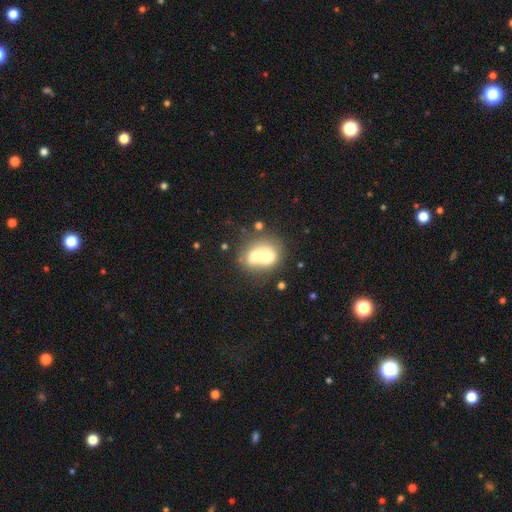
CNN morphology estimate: The model was most divided on "how rounded": round: 56%, in between: 43%, cigar-shaped: 1%. More confident: merging — merger (72%); smooth or featured — smooth (63%).